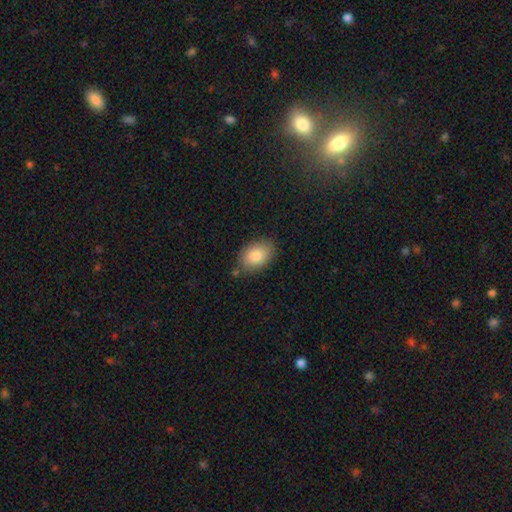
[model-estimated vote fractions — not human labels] A smooth galaxy with no disk features (83%) that is in between round and cigar-shaped (84%). Merging: none (79%).